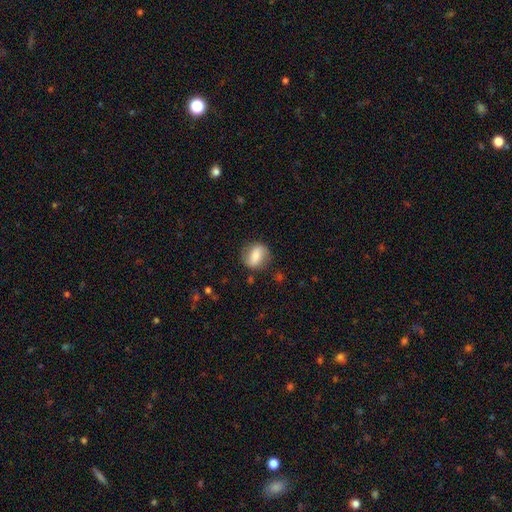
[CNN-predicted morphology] Smooth or featured?
  - smooth: 59% *
  - featured or disk: 33%
  - star or artifact: 8%
How rounded?
  - in between: 52% *
  - round: 45%
  - cigar-shaped: 3%
Merging?
  - none: 78% *
  - minor disturbance: 15%
  - major disturbance: 6%
  - merger: 2%